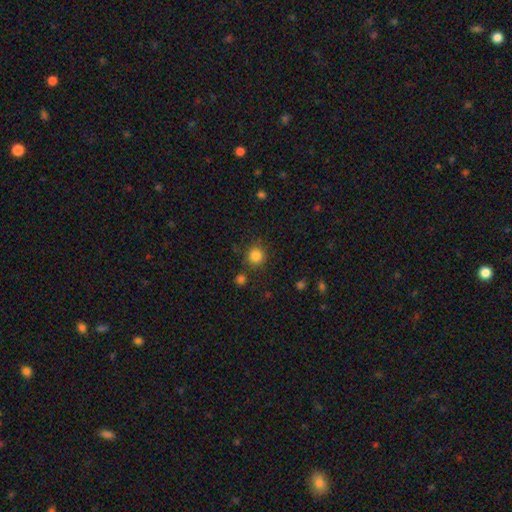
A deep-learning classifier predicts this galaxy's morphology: type=smooth (84%); roundness=round (91%); merging=none (85%).